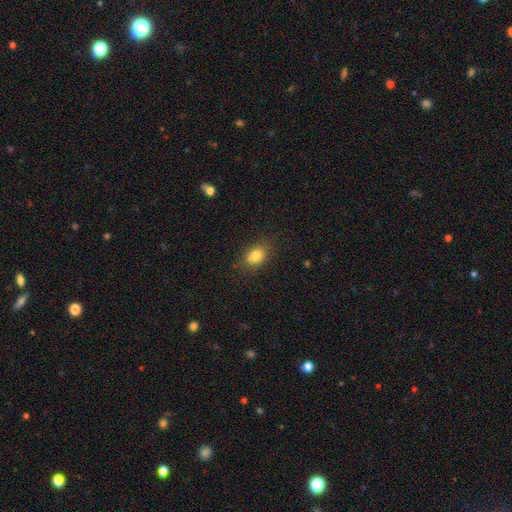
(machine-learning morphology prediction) The model was most divided on "how rounded": in between: 65%, round: 33%, cigar-shaped: 2%. More confident: smooth or featured — smooth (81%); merging — none (78%).